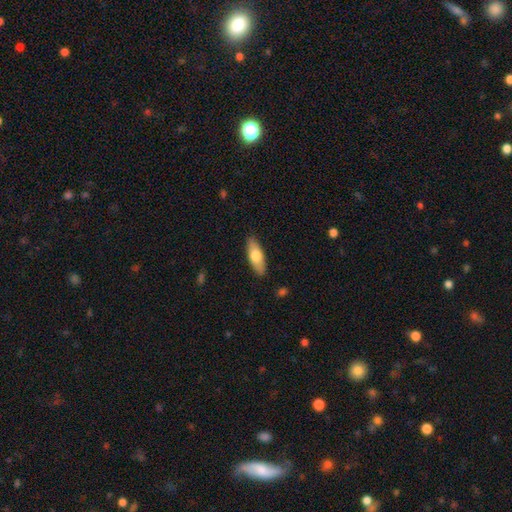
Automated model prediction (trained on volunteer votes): A smooth galaxy with no disk features (69%) that is in between round and cigar-shaped (63%).

Vote fractions:
- Smooth or featured? smooth: 69% / featured or disk: 25% / star or artifact: 5%
- How rounded? in between: 63% / cigar-shaped: 34% / round: 2%
- Merging? none: 89% / minor disturbance: 8% / major disturbance: 2% / merger: 1%